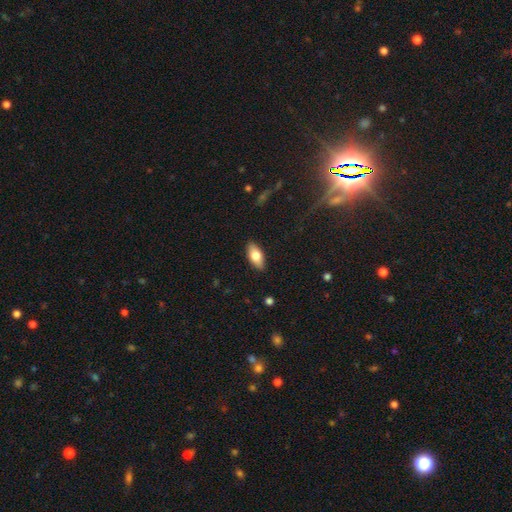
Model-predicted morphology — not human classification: This appears to be a smooth galaxy with no disk features (74%) that is in between round and cigar-shaped (87%). Merging: none (88%).